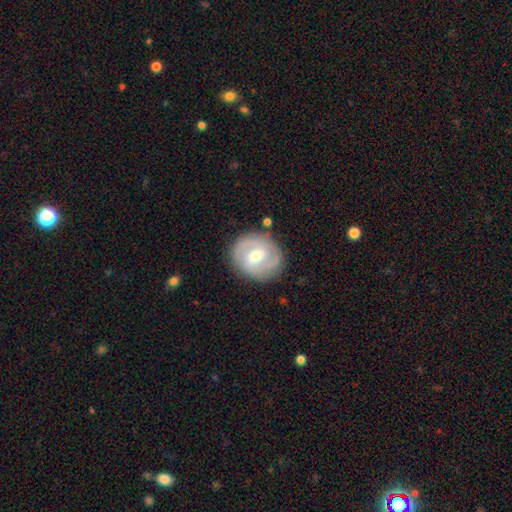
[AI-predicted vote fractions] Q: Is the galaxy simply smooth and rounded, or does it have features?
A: featured or disk — 72%.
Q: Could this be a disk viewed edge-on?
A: no — 97%.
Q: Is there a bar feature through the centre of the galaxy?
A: weak — 58%.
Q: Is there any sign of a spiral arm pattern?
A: yes — 86%.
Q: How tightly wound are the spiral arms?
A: tight — 48%.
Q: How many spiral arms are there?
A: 2 — 69%.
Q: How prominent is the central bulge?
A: moderate — 65%.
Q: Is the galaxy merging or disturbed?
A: none — 81%.